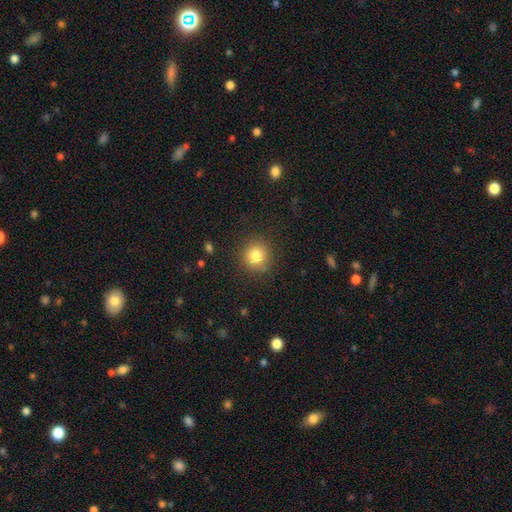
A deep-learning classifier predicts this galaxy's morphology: smooth_or_featured: smooth (p=0.82) [alt: star or artifact p=0.11]
how_rounded: round (p=0.89) [alt: in between p=0.10]
merging: none (p=0.87) [alt: minor disturbance p=0.08]